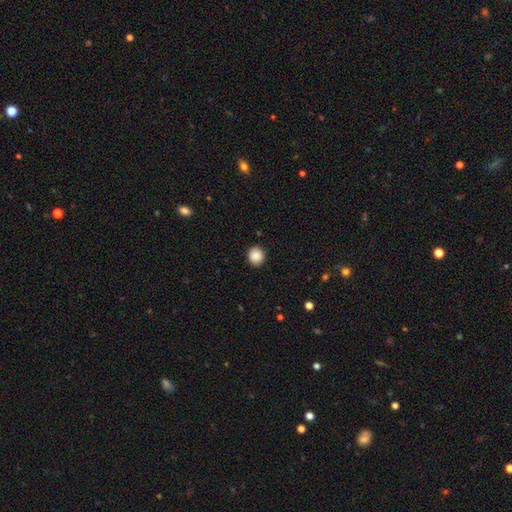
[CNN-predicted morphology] This appears to be a smooth galaxy with no disk features (88%) that is round (86%). Merging: none (91%).